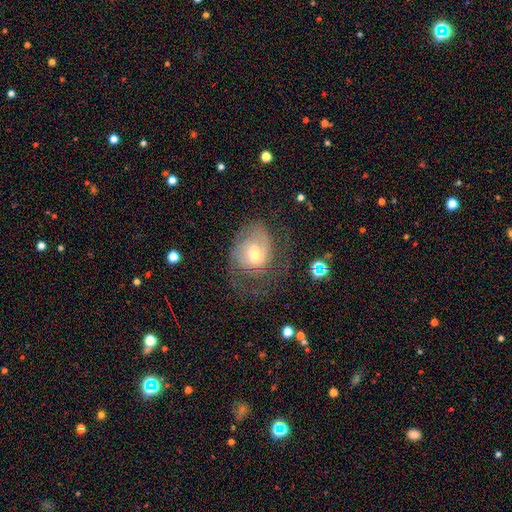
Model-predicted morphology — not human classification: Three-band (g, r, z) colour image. It shows a featured or disk galaxy (62%) with no bar (56%), spiral arms (68%) and a moderate central bulge (52%). Merging: major disturbance (38%).